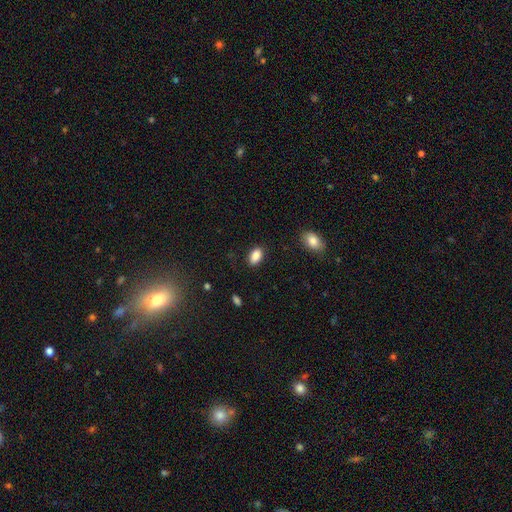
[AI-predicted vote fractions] Smooth or featured?
  - smooth: 88% *
  - star or artifact: 8%
  - featured or disk: 4%
How rounded?
  - in between: 90% *
  - round: 8%
  - cigar-shaped: 2%
Merging?
  - none: 86% *
  - minor disturbance: 10%
  - major disturbance: 3%
  - merger: 1%